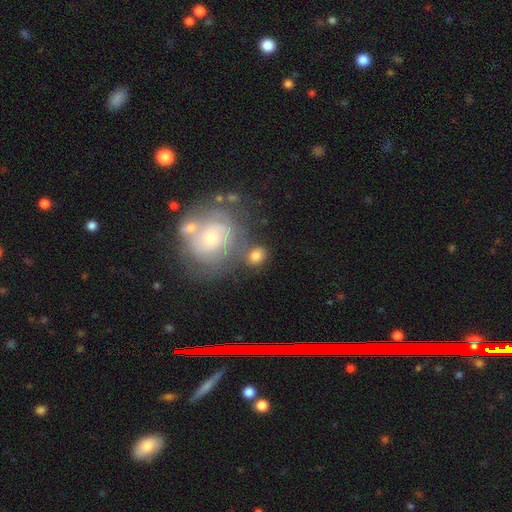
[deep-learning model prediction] Morphology: type=smooth (63%); roundness=round (57%); merging=none (57%).